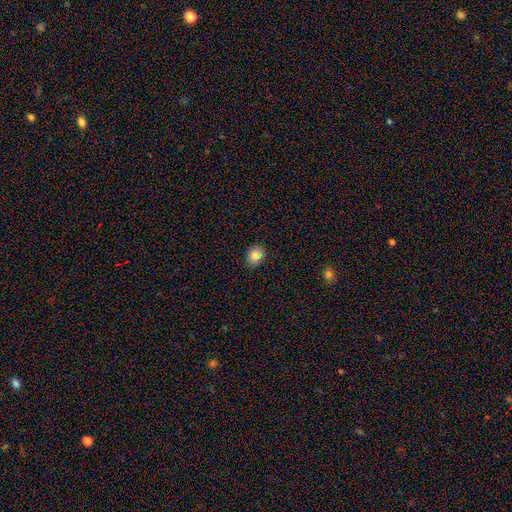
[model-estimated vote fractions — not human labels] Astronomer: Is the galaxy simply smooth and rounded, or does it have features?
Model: smooth — 80%.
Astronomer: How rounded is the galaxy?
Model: in between — 51% (runner-up: round, 47%).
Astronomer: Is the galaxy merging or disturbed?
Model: none — 78%.